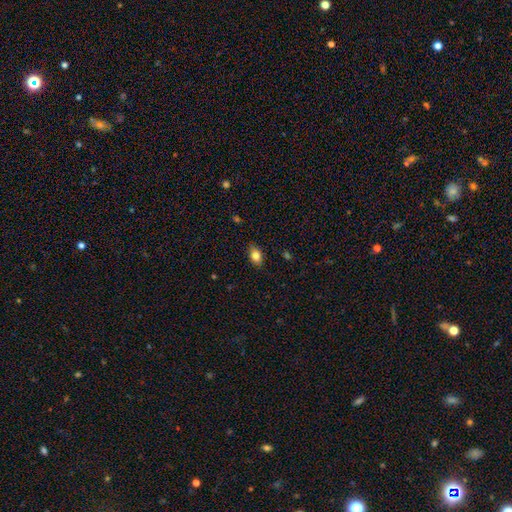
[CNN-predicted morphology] This is clearly a smooth galaxy (81%). How rounded: clearly in between (81%). Merging: clearly none (85%).